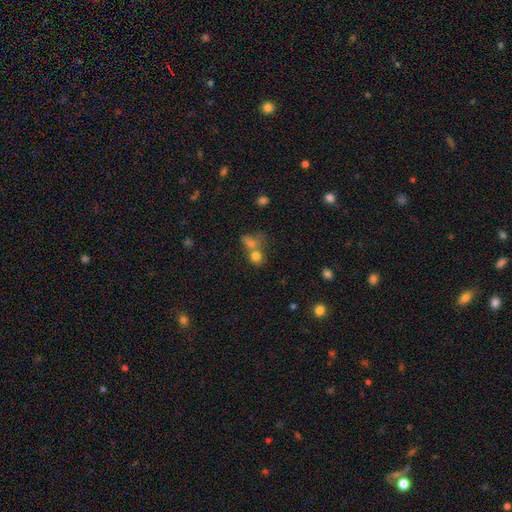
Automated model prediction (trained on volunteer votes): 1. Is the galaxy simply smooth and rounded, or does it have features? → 74% smooth, 14% star or artifact, 12% featured or disk.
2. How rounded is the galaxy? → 74% round, 25% in between, 1% cigar-shaped.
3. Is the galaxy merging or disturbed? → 46% merger, 37% none, 9% minor disturbance, 7% major disturbance.